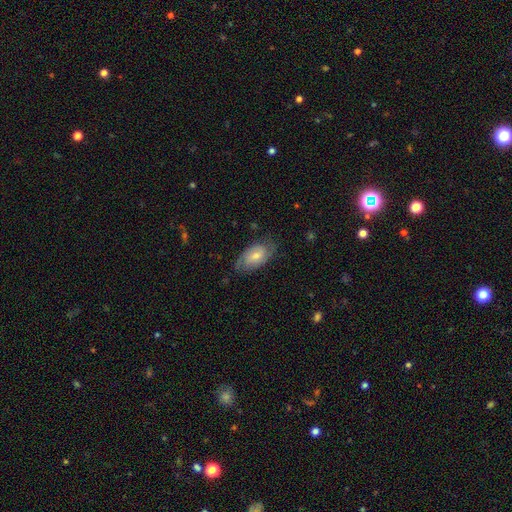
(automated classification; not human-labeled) This is likely a featured or disk galaxy (62%). It is clearly not viewed edge-on (94%). Bar: possibly no (53%). Spiral arm pattern: clearly yes (88%). Spiral arm count: likely 2 (68%). Spiral winding: possibly tight (47%). Central bulge: possibly moderate (46%). Merging: likely none (73%).